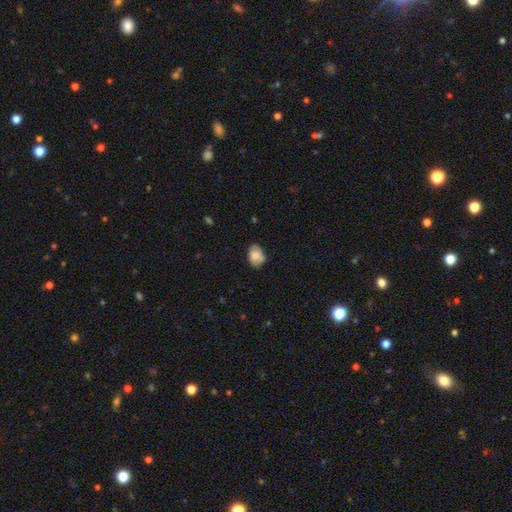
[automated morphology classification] This appears to be a smooth galaxy with no disk features (77%) that is in between round and cigar-shaped (78%). Merging: none (68%).